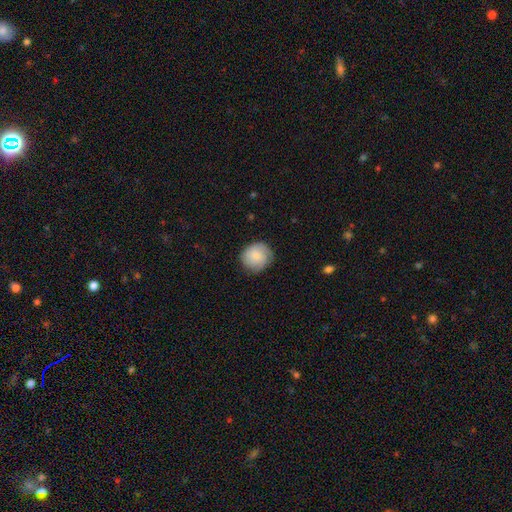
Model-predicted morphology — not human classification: Smooth or featured? smooth (78%)
How rounded? round (88%)
Merging? none (80%)